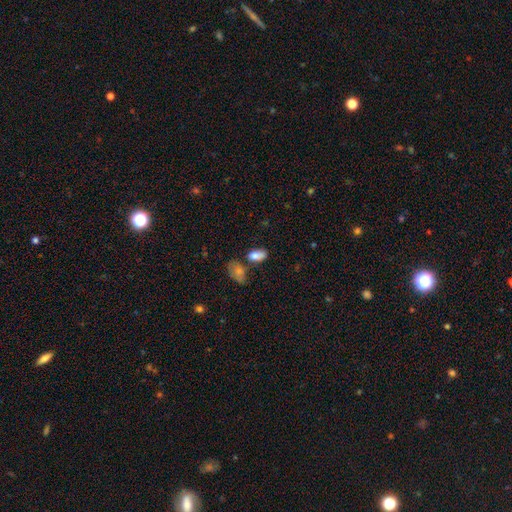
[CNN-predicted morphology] Q: Smooth or featured?
A: smooth (81%); runner-up: featured or disk (11%)
Q: How rounded?
A: in between (91%); runner-up: round (6%)
Q: Merging?
A: none (53%); runner-up: minor disturbance (21%)